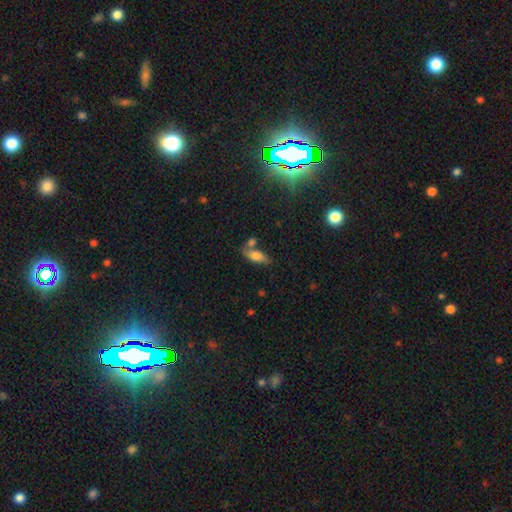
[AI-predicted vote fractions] Overall: smooth (69%). How rounded: in between (75%). Merging: none (51%; merger 25%).